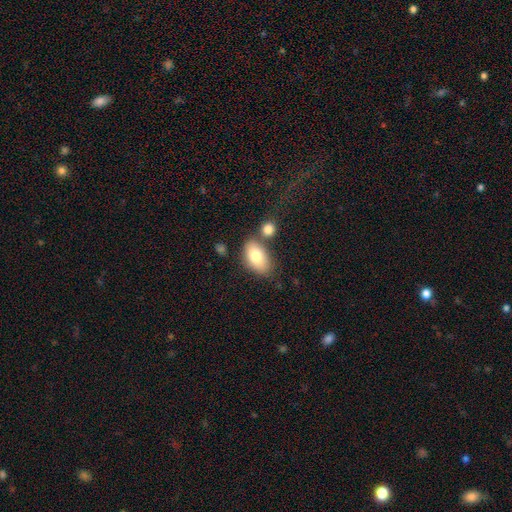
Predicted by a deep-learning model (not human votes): Overall: smooth (77%). How rounded: in between (91%). Merging: none (61%).